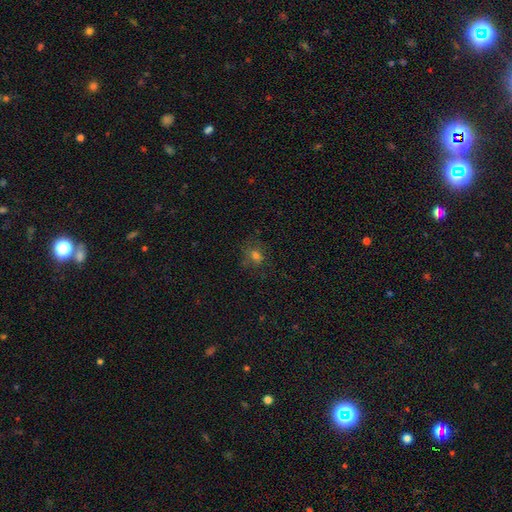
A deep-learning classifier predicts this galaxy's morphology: Smooth or featured? smooth (58%)
How rounded? round (62%)
Merging? none (69%)